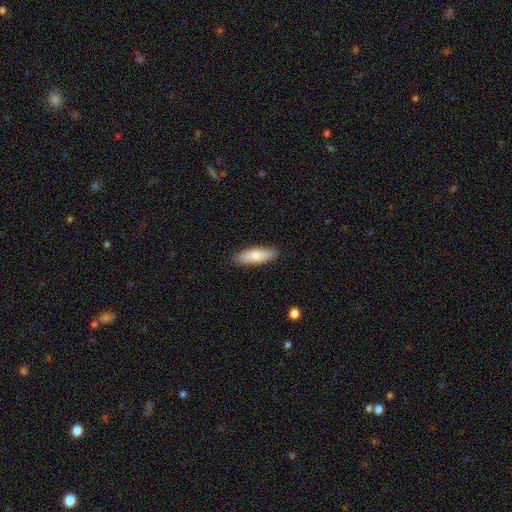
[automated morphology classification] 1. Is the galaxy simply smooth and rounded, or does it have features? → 80% smooth, 14% featured or disk, 6% star or artifact.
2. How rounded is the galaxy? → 50% in between, 49% cigar-shaped, 2% round.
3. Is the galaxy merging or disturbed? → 89% none, 9% minor disturbance, 2% major disturbance, 1% merger.